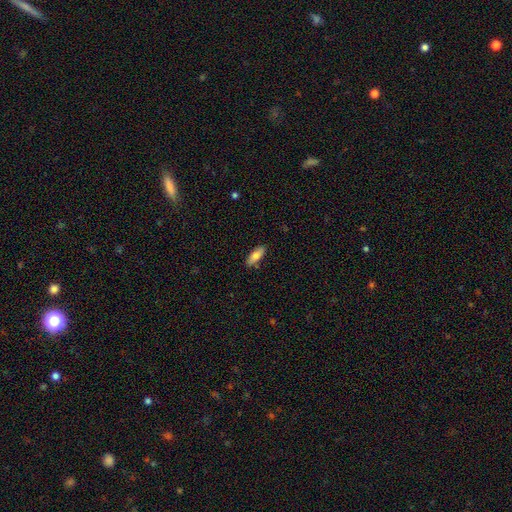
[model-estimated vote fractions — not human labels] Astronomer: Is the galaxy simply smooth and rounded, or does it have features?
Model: smooth — 79%.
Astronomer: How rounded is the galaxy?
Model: in between — 69%.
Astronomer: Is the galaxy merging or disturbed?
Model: none — 85%.